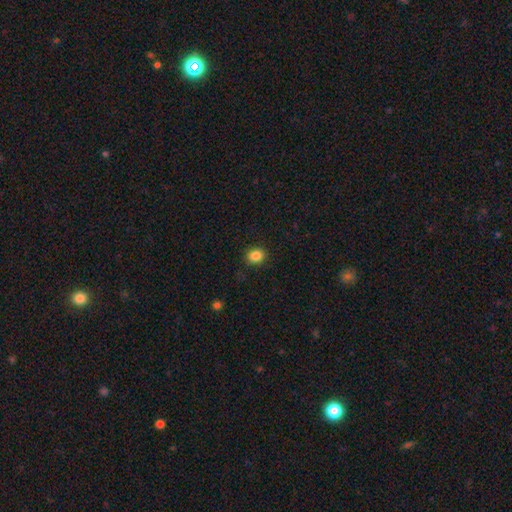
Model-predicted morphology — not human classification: Smooth or featured? smooth (85%)
How rounded? round (60%)
Merging? none (89%)